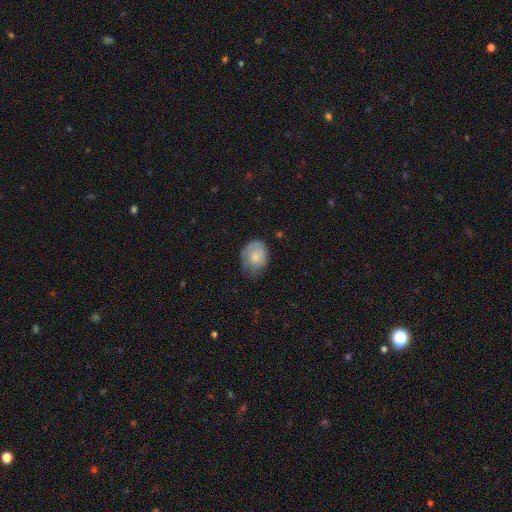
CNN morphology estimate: This is likely a smooth galaxy (73%). How rounded: likely in between (60%). Merging: possibly none (53%).